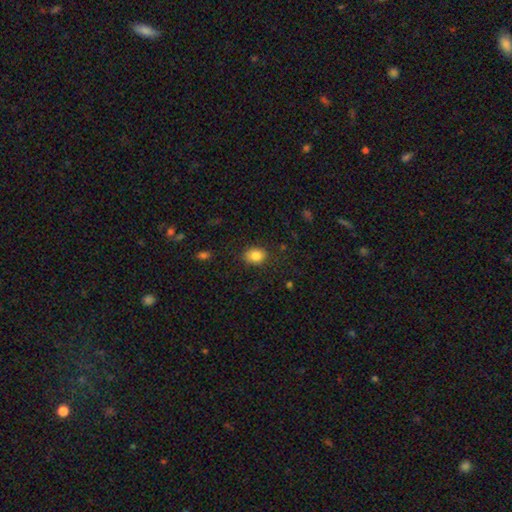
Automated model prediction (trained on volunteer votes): smooth_or_featured: smooth (p=0.85) [alt: star or artifact p=0.09]
how_rounded: in between (p=0.59) [alt: round p=0.40]
merging: none (p=0.83) [alt: minor disturbance p=0.12]